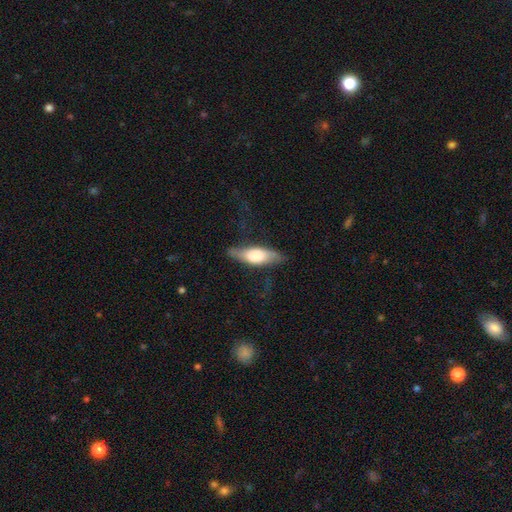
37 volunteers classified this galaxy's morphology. Smooth or featured: smooth — 68% (featured or disk — 30%)
How rounded: in between — 64% (cigar-shaped — 36%)
Merging: none — 72% (minor disturbance — 22%)